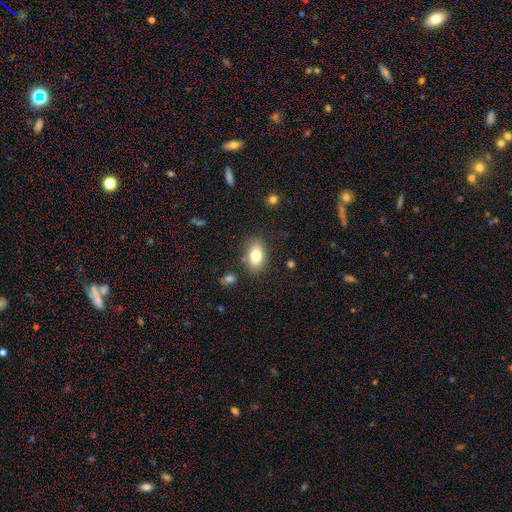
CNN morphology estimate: Smooth or featured?
  - smooth: 79% *
  - featured or disk: 13%
  - star or artifact: 8%
How rounded?
  - in between: 87% *
  - round: 11%
  - cigar-shaped: 2%
Merging?
  - none: 80% *
  - minor disturbance: 13%
  - merger: 4%
  - major disturbance: 3%